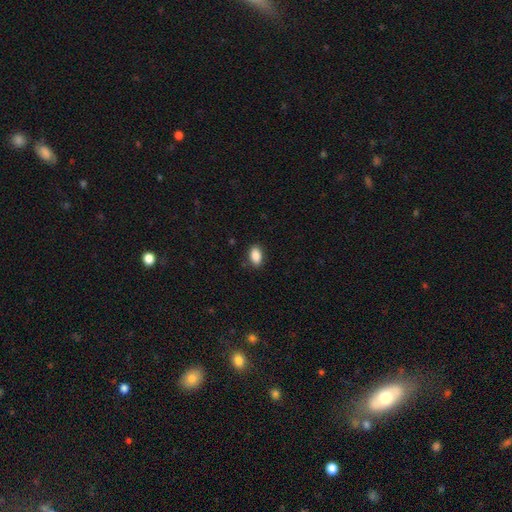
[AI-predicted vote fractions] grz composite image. It shows a smooth galaxy with no disk features (89%) that is in between round and cigar-shaped (90%). Merging: none (87%).